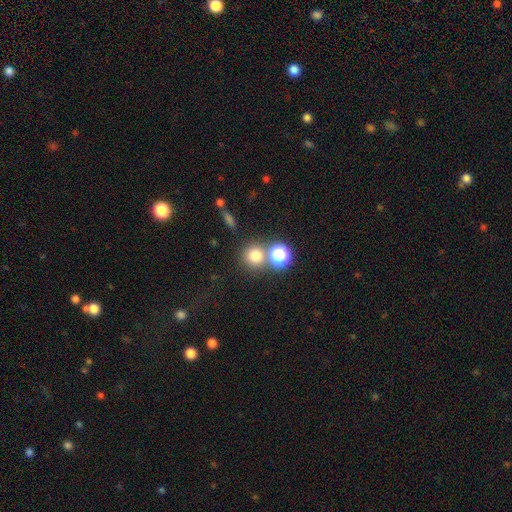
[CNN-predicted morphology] Overall: smooth (73%). How rounded: round (90%). Merging: none (67%).